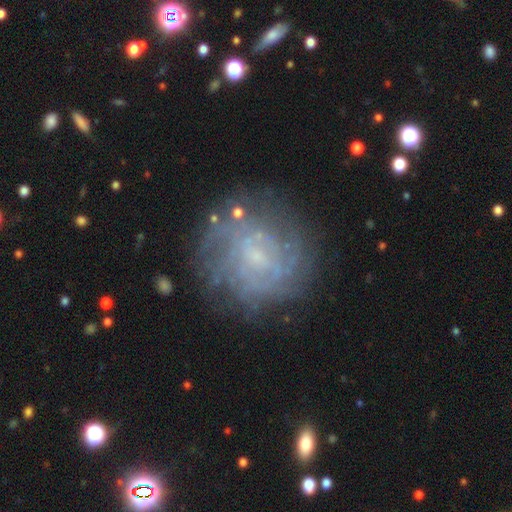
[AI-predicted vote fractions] Smooth or featured? featured or disk (70%)
Edge-on disk? no (97%)
Bar? no (46%)
Spiral arms? yes (77%)
Spiral winding? tight (63%)
Spiral arm count? can't tell (59%)
Bulge size? small (59%)
Merging? none (76%)